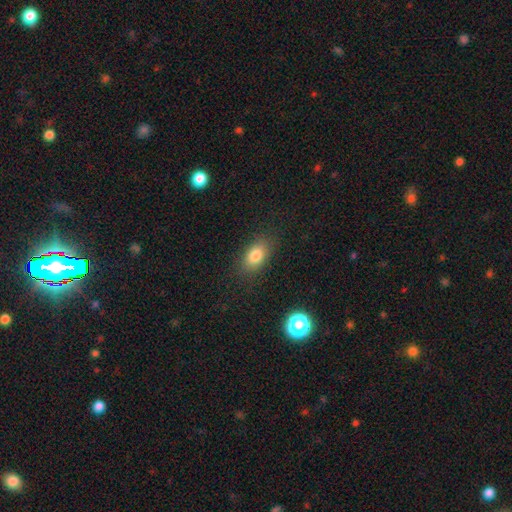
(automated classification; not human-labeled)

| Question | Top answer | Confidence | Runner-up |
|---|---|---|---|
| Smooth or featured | smooth | 81% | star or artifact (10%) |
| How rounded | in between | 85% | round (12%) |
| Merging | none | 84% | minor disturbance (11%) |